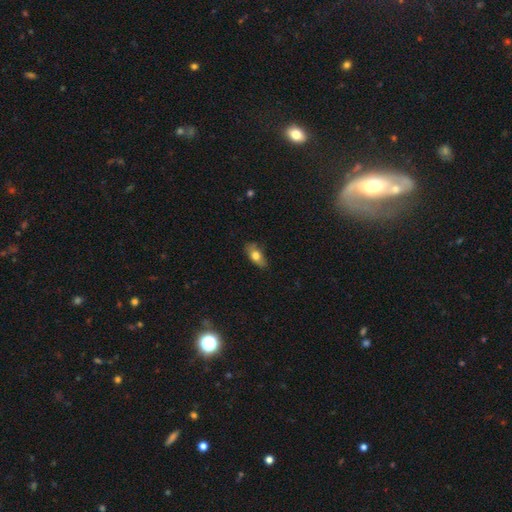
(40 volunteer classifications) Smooth or featured?
  - smooth: 65% *
  - featured or disk: 25%
  - star or artifact: 10%
How rounded?
  - in between: 88% *
  - cigar-shaped: 8%
  - round: 4%
Merging?
  - none: 78% *
  - minor disturbance: 22%
  - major disturbance: 0%
  - merger: 0%